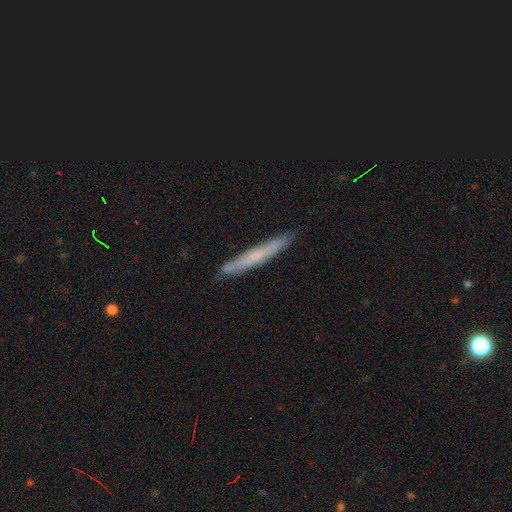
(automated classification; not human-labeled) Overall: smooth (53%; featured or disk 37%). How rounded: cigar-shaped (96%). Merging: none (88%).